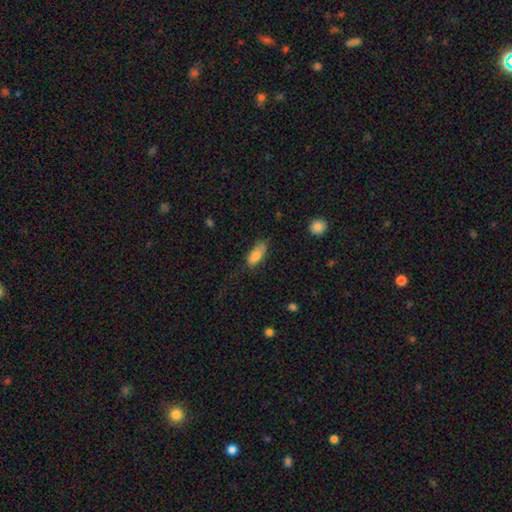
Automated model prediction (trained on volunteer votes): Smooth or featured?
  - smooth: 84% *
  - featured or disk: 9%
  - star or artifact: 7%
How rounded?
  - in between: 82% *
  - cigar-shaped: 16%
  - round: 2%
Merging?
  - none: 57% *
  - minor disturbance: 30%
  - major disturbance: 10%
  - merger: 2%